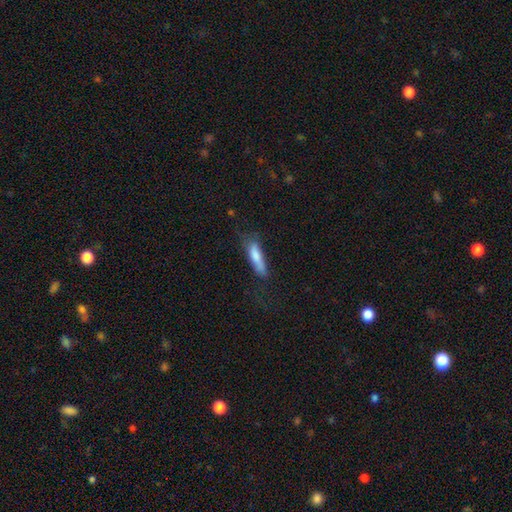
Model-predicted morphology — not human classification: Overall: smooth (69%). How rounded: cigar-shaped (74%). Merging: none (56%; minor disturbance 26%).